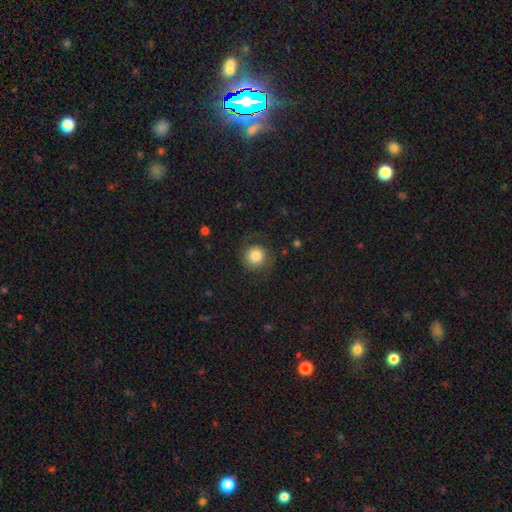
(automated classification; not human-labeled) A smooth galaxy with no disk features (69%) that is round (91%). Merging: none (74%).